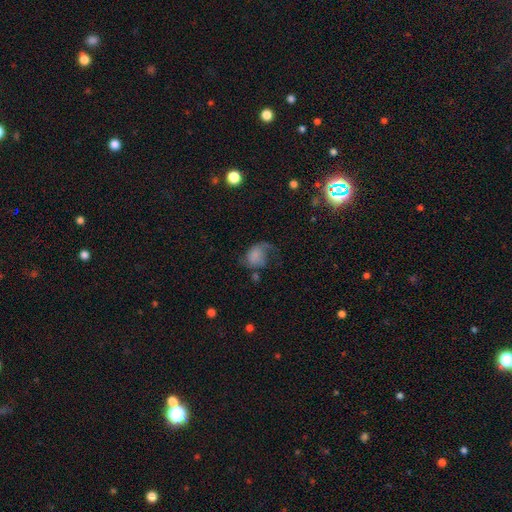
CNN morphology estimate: Smooth or featured? Predicted: smooth (p=0.48). Merging? Predicted: major disturbance (p=0.39).